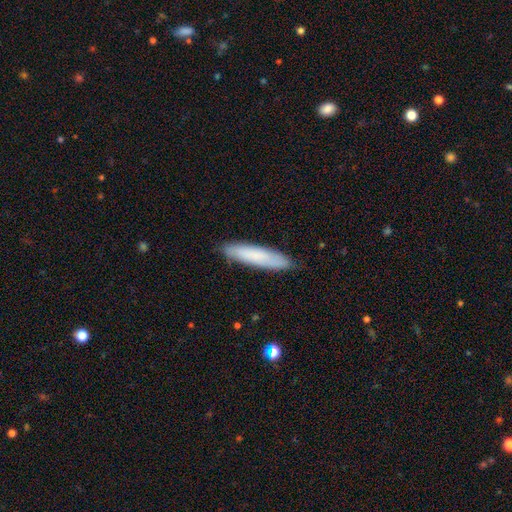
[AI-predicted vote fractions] The model was most divided on "smooth or featured": smooth: 76%, featured or disk: 18%, star or artifact: 6%. More confident: merging — none (87%); how rounded — cigar-shaped (83%).